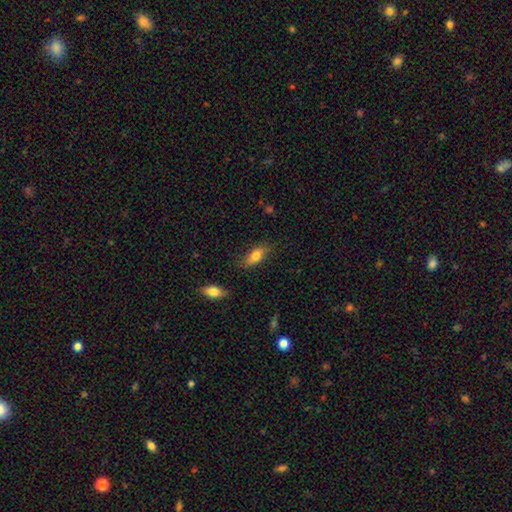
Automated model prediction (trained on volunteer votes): Morphology: type=smooth (77%); roundness=in between (80%); merging=none (76%).